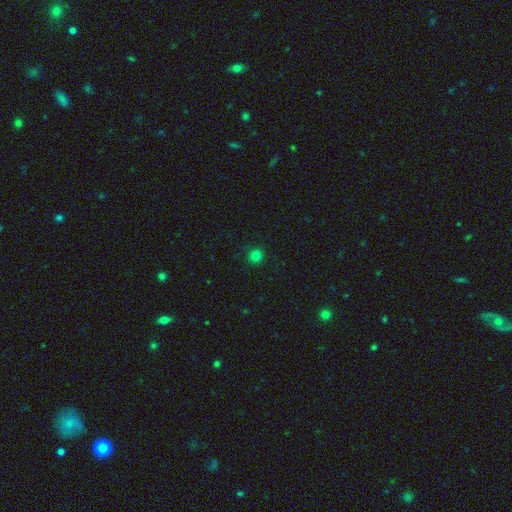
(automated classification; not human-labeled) Morphology: type=smooth (81%); roundness=round (91%); merging=none (89%).